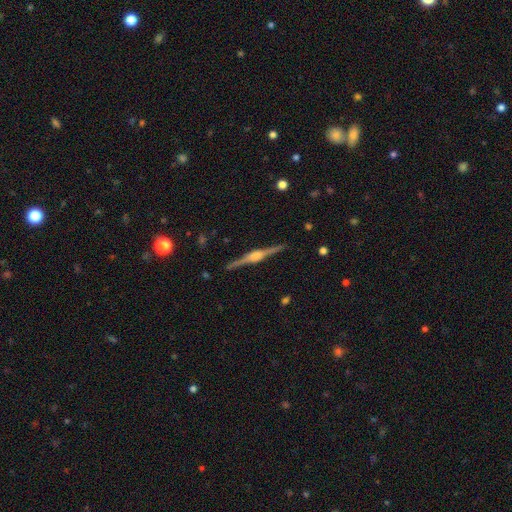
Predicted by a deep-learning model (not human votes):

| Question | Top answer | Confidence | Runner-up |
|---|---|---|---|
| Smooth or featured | featured or disk | 86% | smooth (9%) |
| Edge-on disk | yes | 99% | no (1%) |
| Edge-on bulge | rounded | 79% | boxy (18%) |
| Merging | none | 91% | minor disturbance (6%) |